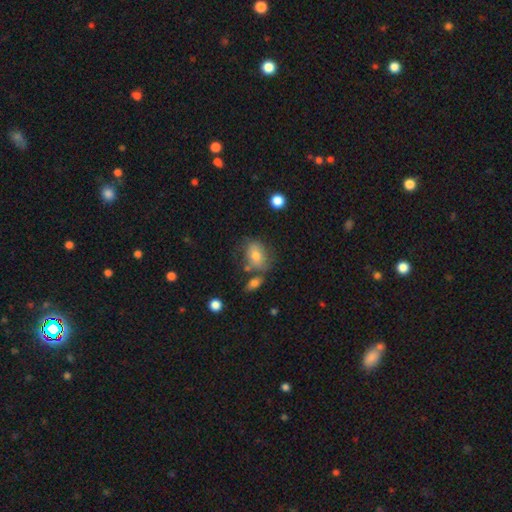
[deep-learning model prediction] Smooth or featured: smooth — 72% (featured or disk — 18%)
How rounded: in between — 71% (round — 28%)
Merging: none — 58% (minor disturbance — 19%)